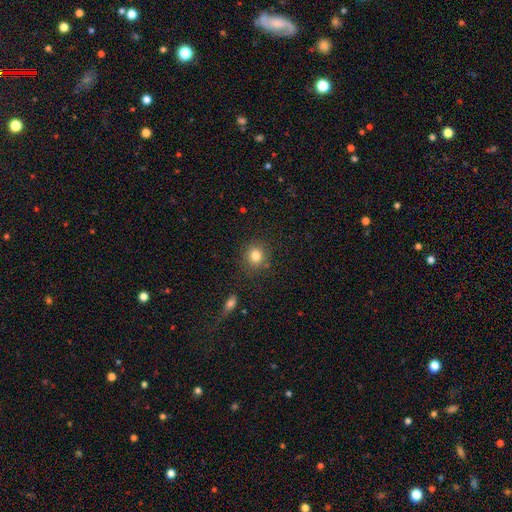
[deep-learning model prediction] Smooth or featured? smooth (82%)
How rounded? round (87%)
Merging? none (85%)